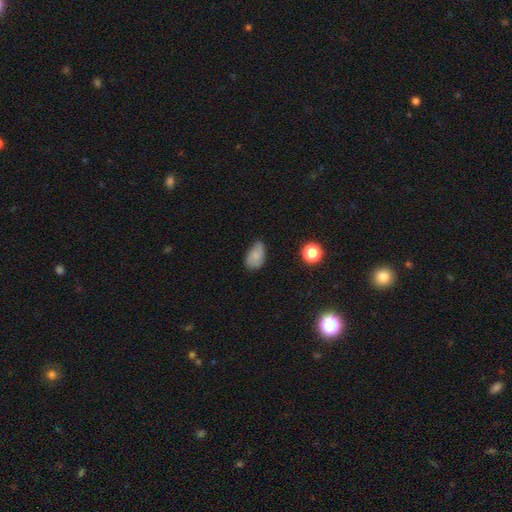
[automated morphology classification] type=smooth (74%); roundness=in between (87%); merging=none (48%).